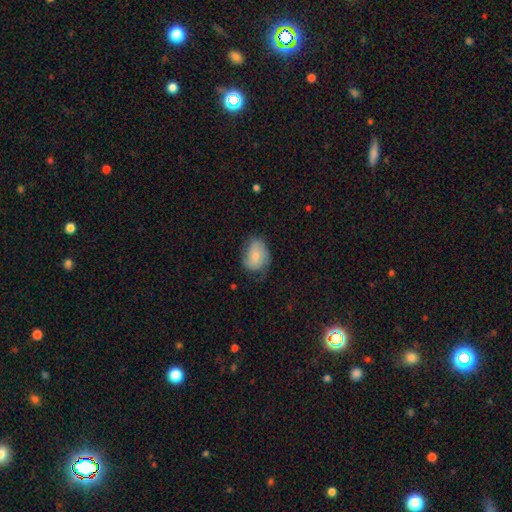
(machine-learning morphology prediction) smooth 66%, featured or disk 27%, star or artifact 7%. Down the decision tree: how rounded — in between (66%); merging — none (52%).